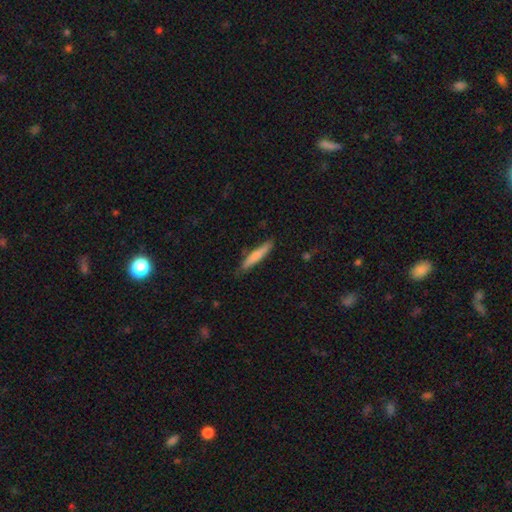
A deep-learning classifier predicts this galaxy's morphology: Smooth or featured: smooth — 71% (featured or disk — 23%)
How rounded: cigar-shaped — 92% (in between — 7%)
Merging: none — 83% (minor disturbance — 13%)